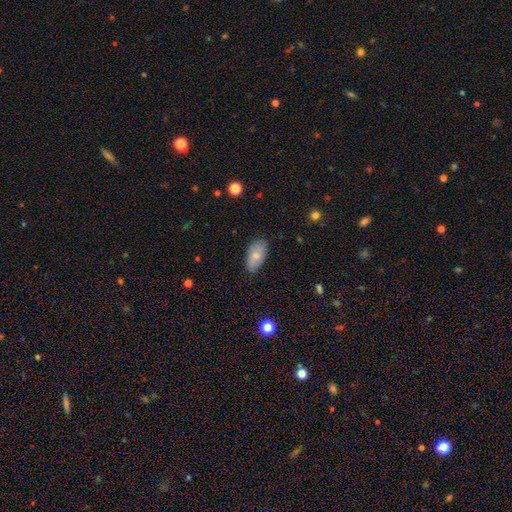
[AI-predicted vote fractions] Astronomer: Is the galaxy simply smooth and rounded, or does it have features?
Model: smooth — 75%.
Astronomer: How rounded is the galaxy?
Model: in between — 94%.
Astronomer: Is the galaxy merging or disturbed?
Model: none — 81%.